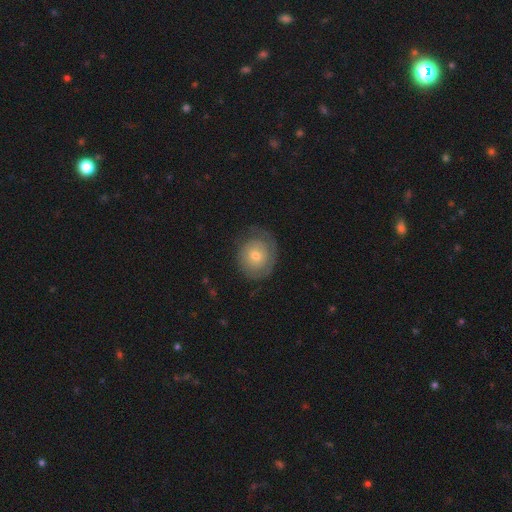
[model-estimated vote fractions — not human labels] The model was most divided on "bulge size": moderate: 53%, small: 42%, large: 3%, none: 1%, dominant: 1%. More confident: edge-on disk — no (96%); bar — no (81%); spiral arms — yes (72%); merging — none (69%); smooth or featured — featured or disk (54%).